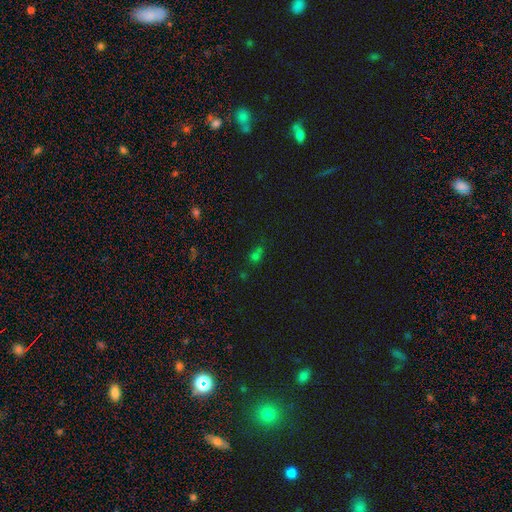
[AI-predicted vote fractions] Overall: smooth (53%; star or artifact 39%). How rounded: round (49%; in between 47%). Merging: none (52%; merger 24%).